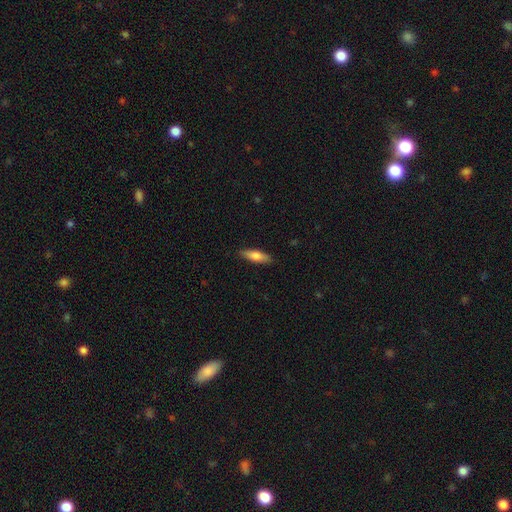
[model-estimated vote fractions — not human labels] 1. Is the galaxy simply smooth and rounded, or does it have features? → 72% smooth, 22% featured or disk, 6% star or artifact.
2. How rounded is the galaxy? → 54% cigar-shaped, 44% in between, 2% round.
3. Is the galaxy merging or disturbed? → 87% none, 10% minor disturbance, 2% major disturbance, 1% merger.